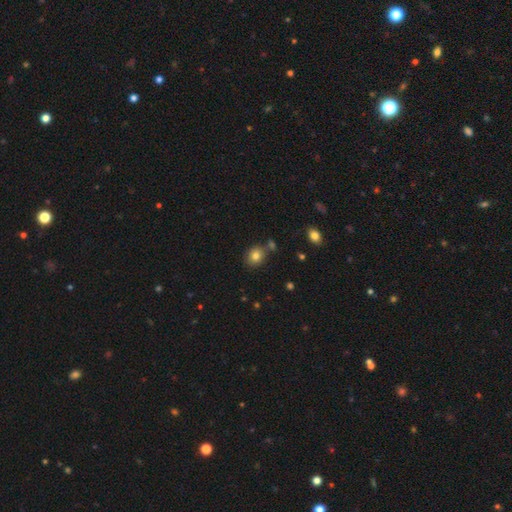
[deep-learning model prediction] A smooth galaxy with no disk features (81%) that is round (64%).

Vote fractions:
- Smooth or featured? smooth: 81% / star or artifact: 11% / featured or disk: 8%
- How rounded? round: 64% / in between: 35% / cigar-shaped: 1%
- Merging? none: 76% / minor disturbance: 11% / merger: 10% / major disturbance: 3%